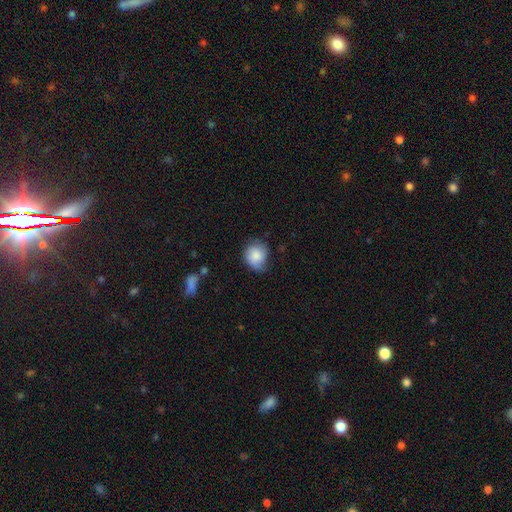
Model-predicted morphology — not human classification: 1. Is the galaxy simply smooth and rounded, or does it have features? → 79% smooth, 14% featured or disk, 7% star or artifact.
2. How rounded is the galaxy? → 70% round, 29% in between, 1% cigar-shaped.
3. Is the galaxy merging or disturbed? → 59% none, 31% minor disturbance, 8% major disturbance, 2% merger.